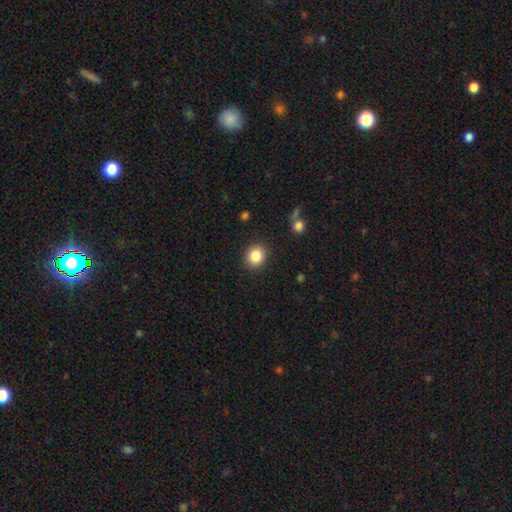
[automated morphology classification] Smooth or featured?
  - smooth: 85% *
  - star or artifact: 10%
  - featured or disk: 5%
How rounded?
  - round: 78% *
  - in between: 21%
  - cigar-shaped: 1%
Merging?
  - none: 89% *
  - minor disturbance: 7%
  - major disturbance: 2%
  - merger: 1%